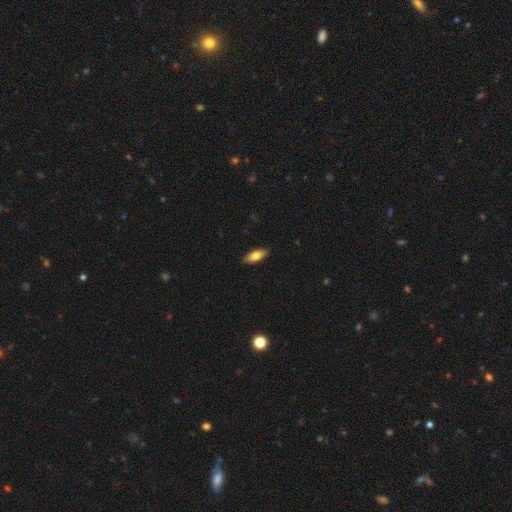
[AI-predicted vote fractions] The model was most divided on "how rounded": in between: 73%, cigar-shaped: 25%, round: 2%. More confident: merging — none (89%); smooth or featured — smooth (73%).